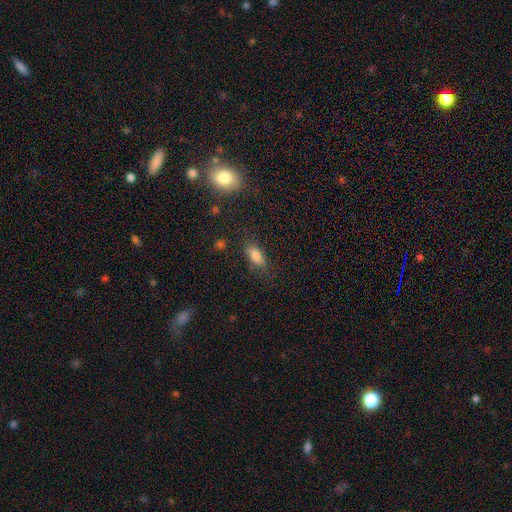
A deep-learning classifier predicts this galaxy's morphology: Smooth or featured: smooth — 80% (star or artifact — 11%)
How rounded: in between — 80% (cigar-shaped — 15%)
Merging: none — 75% (minor disturbance — 17%)